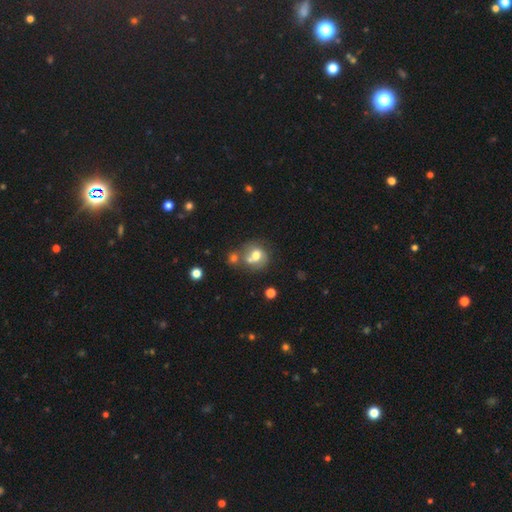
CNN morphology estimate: This appears to be a smooth galaxy with no disk features (65%) that is round (71%). Merging: merger (43%).